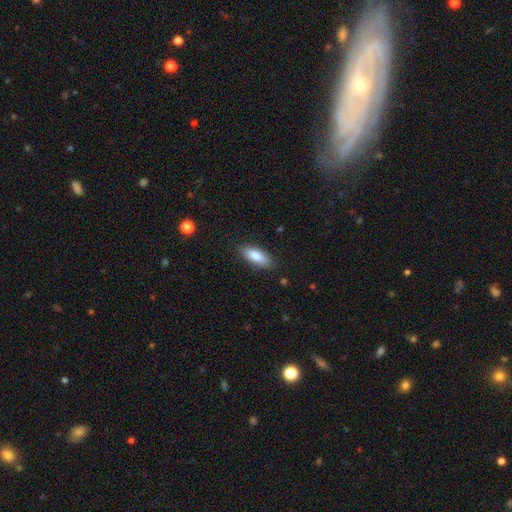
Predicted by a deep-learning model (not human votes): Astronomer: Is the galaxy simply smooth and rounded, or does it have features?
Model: smooth — 82%.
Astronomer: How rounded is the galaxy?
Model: in between — 77%.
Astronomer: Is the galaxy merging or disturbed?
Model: none — 85%.